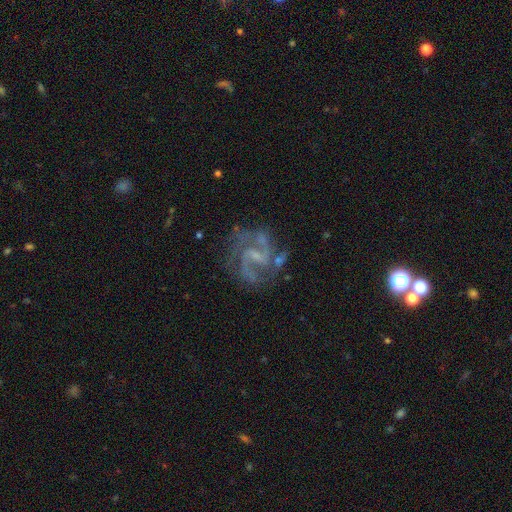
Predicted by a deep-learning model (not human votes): Q: Smooth or featured?
A: featured or disk (85%); runner-up: star or artifact (10%)
Q: Edge-on disk?
A: no (98%); runner-up: yes (2%)
Q: Bar?
A: weak (52%); runner-up: no (27%)
Q: Spiral arms?
A: yes (95%); runner-up: no (5%)
Q: Spiral winding?
A: medium (55%); runner-up: loose (26%)
Q: Spiral arm count?
A: 2 (62%); runner-up: 3 (16%)
Q: Bulge size?
A: small (48%); runner-up: none (36%)
Q: Merging?
A: none (66%); runner-up: minor disturbance (16%)